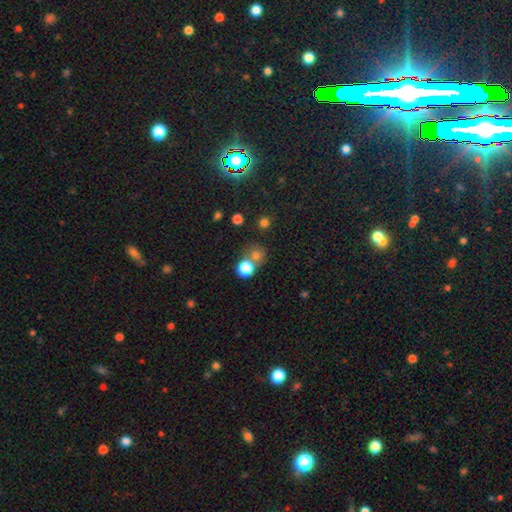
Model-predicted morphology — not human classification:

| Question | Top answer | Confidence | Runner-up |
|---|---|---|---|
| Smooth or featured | smooth | 71% | star or artifact (22%) |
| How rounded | round | 83% | in between (16%) |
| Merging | none | 57% | merger (29%) |